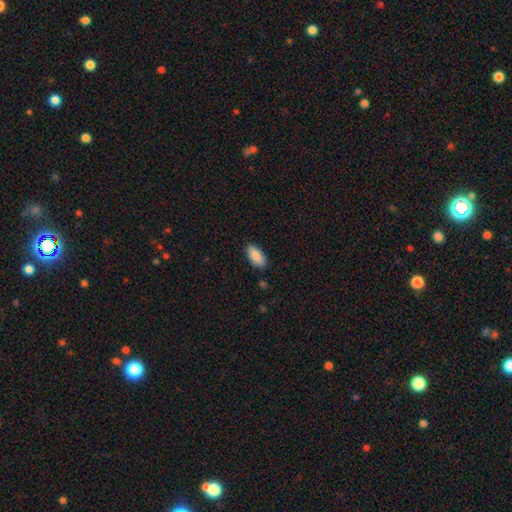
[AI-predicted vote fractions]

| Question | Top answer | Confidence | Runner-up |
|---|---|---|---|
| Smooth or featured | smooth | 89% | star or artifact (6%) |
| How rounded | in between | 90% | cigar-shaped (9%) |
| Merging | none | 87% | minor disturbance (10%) |